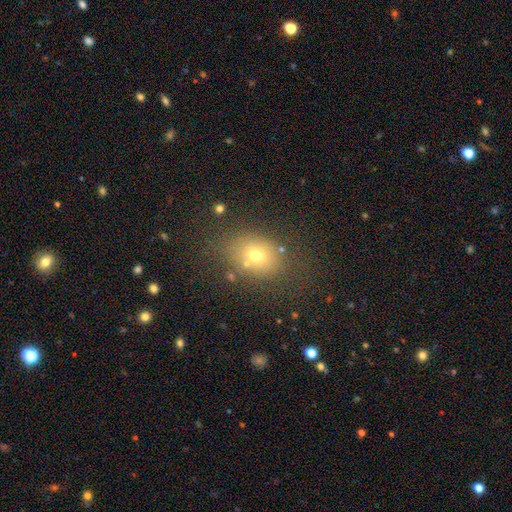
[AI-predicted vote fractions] Smooth or featured?
  - smooth: 66% *
  - featured or disk: 17%
  - star or artifact: 17%
How rounded?
  - in between: 63% *
  - round: 35%
  - cigar-shaped: 1%
Merging?
  - none: 69% *
  - minor disturbance: 16%
  - merger: 8%
  - major disturbance: 7%